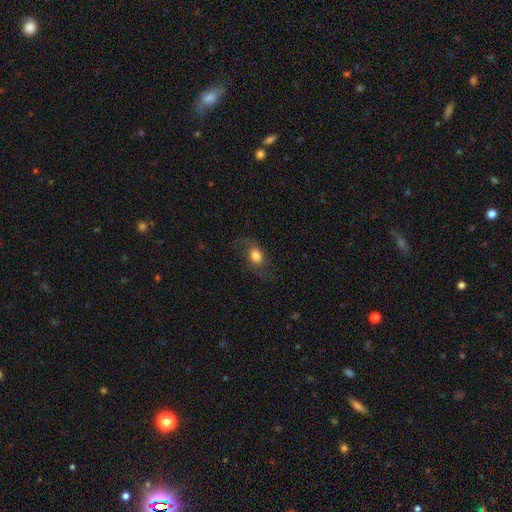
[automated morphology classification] This appears to be a smooth galaxy with no disk features (57%) that is in between round and cigar-shaped (69%). Merging: none (64%).